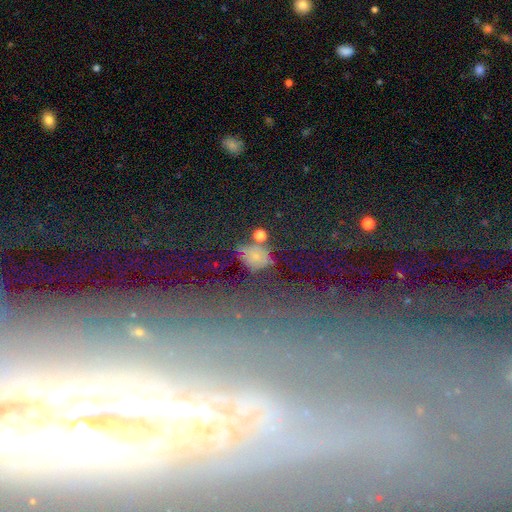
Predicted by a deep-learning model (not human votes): smooth_or_featured: smooth (p=0.57) [alt: star or artifact p=0.24]
how_rounded: round (p=0.77) [alt: in between p=0.21]
merging: none (p=0.59) [alt: minor disturbance p=0.18]